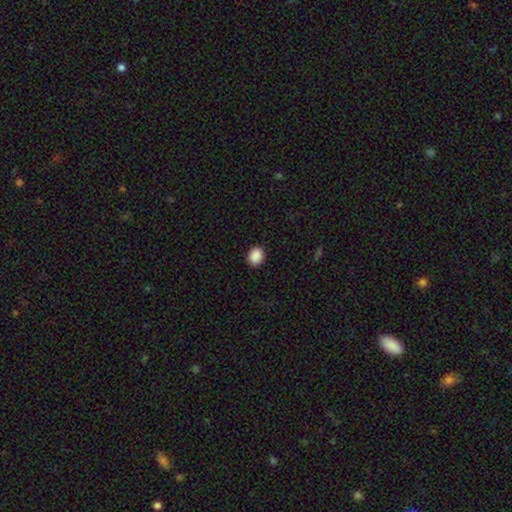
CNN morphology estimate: smooth 89%, star or artifact 8%, featured or disk 2%. Down the decision tree: how rounded — round (59%); merging — none (91%).